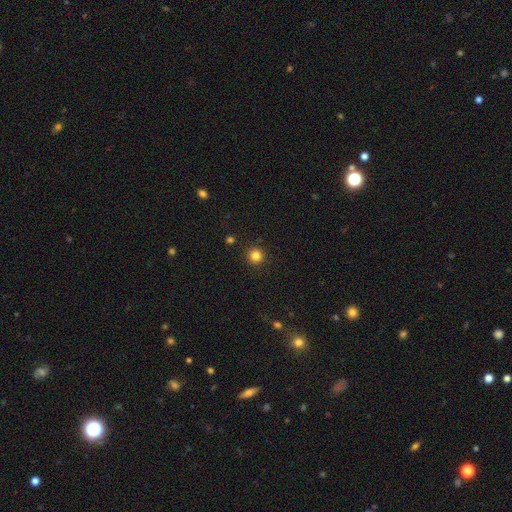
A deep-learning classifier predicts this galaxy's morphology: A smooth galaxy with no disk features (83%) that is round (95%).

Vote fractions:
- Smooth or featured? smooth: 83% / star or artifact: 13% / featured or disk: 4%
- How rounded? round: 95% / in between: 4% / cigar-shaped: 1%
- Merging? none: 92% / minor disturbance: 5% / major disturbance: 2% / merger: 1%